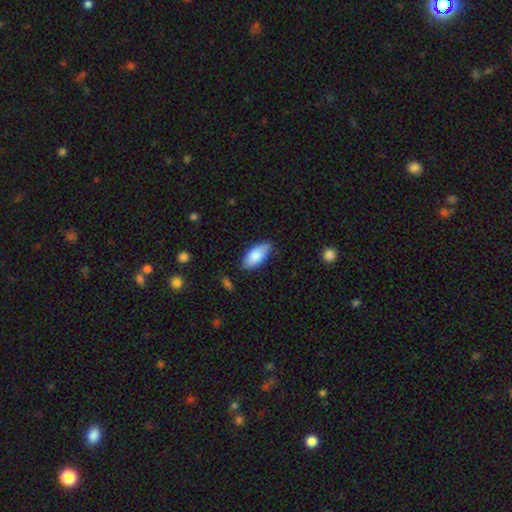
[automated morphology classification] smooth 85%, featured or disk 9%, star or artifact 6%. Down the decision tree: how rounded — in between (91%); merging — none (78%).